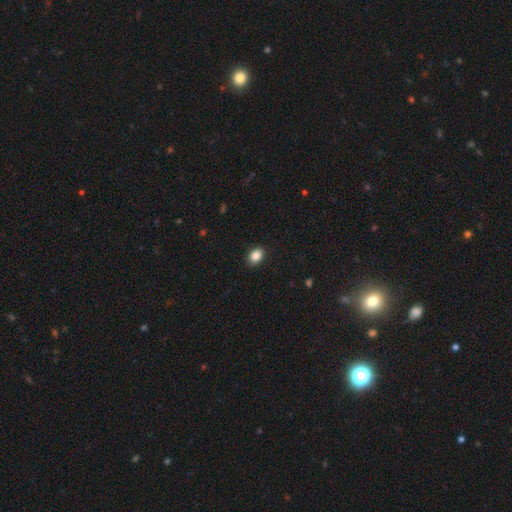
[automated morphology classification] smooth-or-featured: smooth: 86% | star or artifact: 9% | featured or disk: 5%
  how-rounded: in between: 73% | round: 26% | cigar-shaped: 1%
  merging: none: 90% | minor disturbance: 7% | major disturbance: 2% | merger: 1%